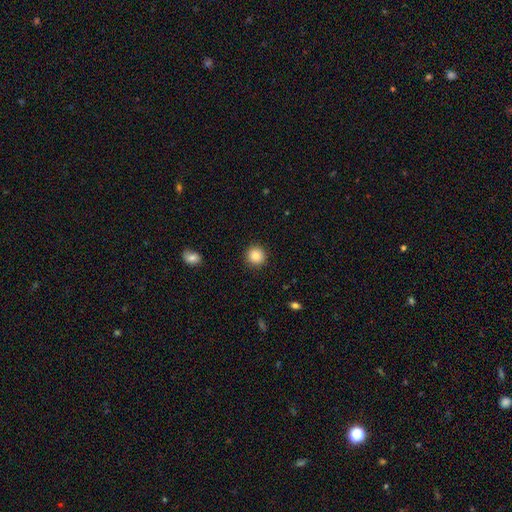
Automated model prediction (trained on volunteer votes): smooth_or_featured: smooth (p=0.87) [alt: star or artifact p=0.09]
how_rounded: round (p=0.93) [alt: in between p=0.06]
merging: none (p=0.91) [alt: minor disturbance p=0.05]